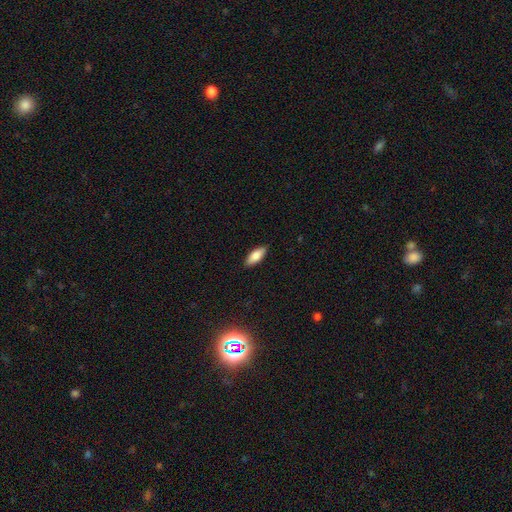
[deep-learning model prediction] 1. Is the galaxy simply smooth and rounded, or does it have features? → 83% smooth, 10% featured or disk, 6% star or artifact.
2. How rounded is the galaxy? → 77% in between, 21% cigar-shaped, 2% round.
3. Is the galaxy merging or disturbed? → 88% none, 9% minor disturbance, 2% major disturbance, 1% merger.